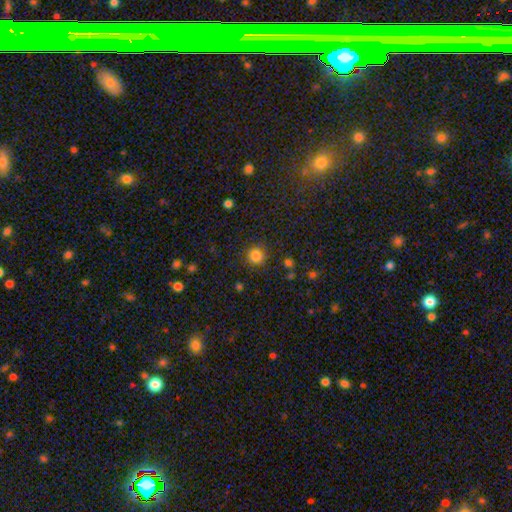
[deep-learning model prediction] A smooth galaxy with no disk features (83%) that is round (94%). Merging: none (88%).